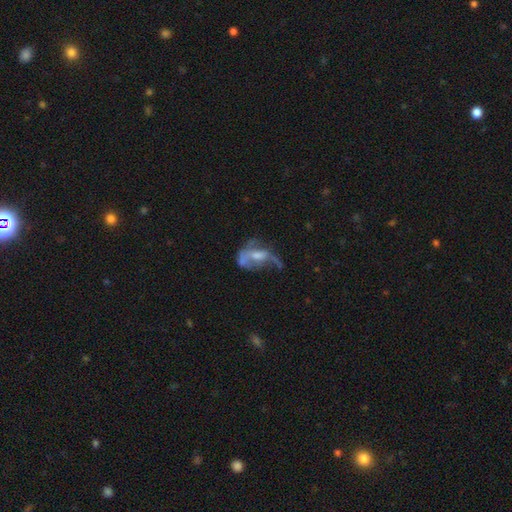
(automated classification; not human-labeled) This is possibly a featured or disk galaxy (60%). It is clearly not viewed edge-on (94%). Bar: possibly no (59%). Spiral arm pattern: possibly no (58%). Central bulge: marginally moderate (41%). Merging: possibly major disturbance (47%).